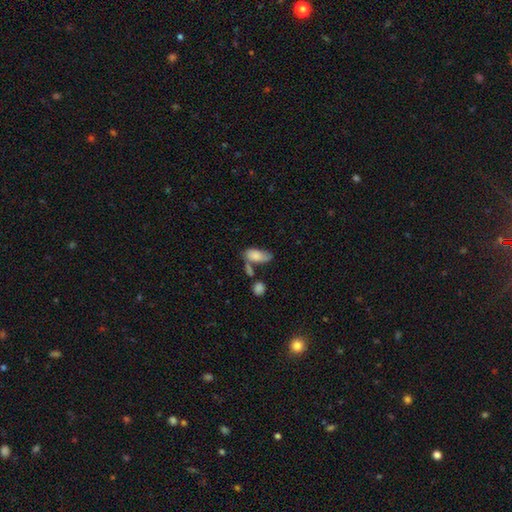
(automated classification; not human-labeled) Morphology: type=smooth (75%); roundness=in between (91%); merging=none (36%).